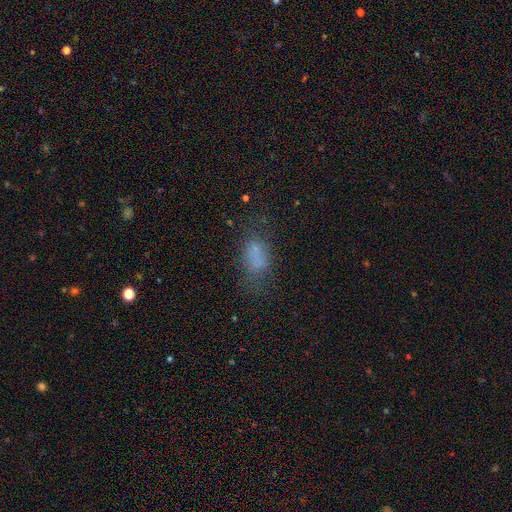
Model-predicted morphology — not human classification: This appears to be a smooth galaxy with no disk features (69%) that is in between round and cigar-shaped (82%). Merging: none (55%).